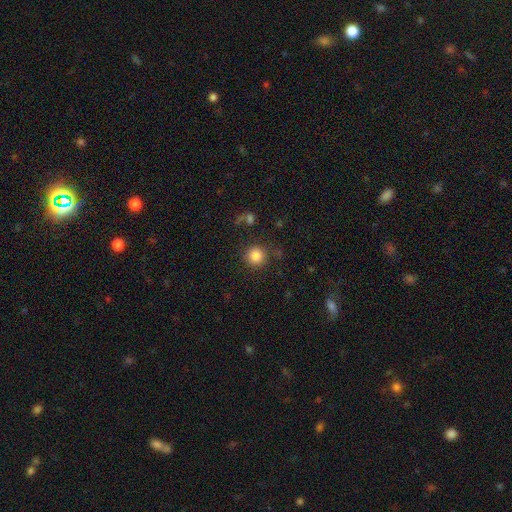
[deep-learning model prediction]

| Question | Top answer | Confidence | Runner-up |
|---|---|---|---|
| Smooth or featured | smooth | 85% | star or artifact (10%) |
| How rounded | round | 93% | in between (6%) |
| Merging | none | 83% | minor disturbance (9%) |